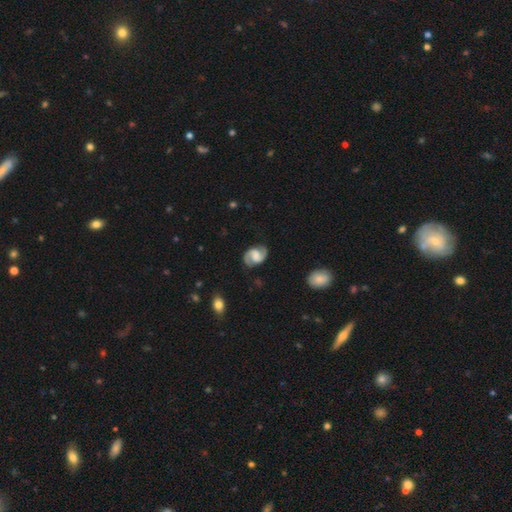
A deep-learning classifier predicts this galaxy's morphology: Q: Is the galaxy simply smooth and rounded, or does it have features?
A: featured or disk — 85%.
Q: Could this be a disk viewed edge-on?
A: no — 98%.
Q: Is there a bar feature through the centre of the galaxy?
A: weak — 47%.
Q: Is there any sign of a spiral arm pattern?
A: yes — 97%.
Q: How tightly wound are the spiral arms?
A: medium — 55%.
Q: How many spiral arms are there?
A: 2 — 94%.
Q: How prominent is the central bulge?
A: none — 29%, tied with moderate.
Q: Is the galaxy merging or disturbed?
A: none — 81%.